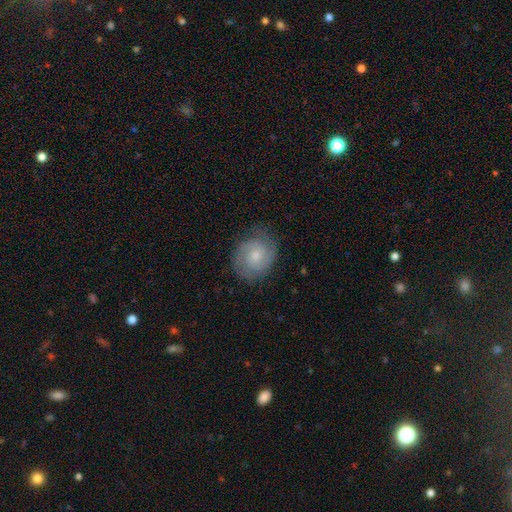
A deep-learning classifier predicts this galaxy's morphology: smooth_or_featured: featured or disk (p=0.54) [alt: smooth p=0.39]
disk_edge_on: no (p=0.97) [alt: yes p=0.03]
bar: no (p=0.71) [alt: weak p=0.26]
has_spiral_arms: yes (p=0.88) [alt: no p=0.12]
bulge_size: small (p=0.48) [alt: moderate p=0.44]
merging: none (p=0.74) [alt: minor disturbance p=0.19]